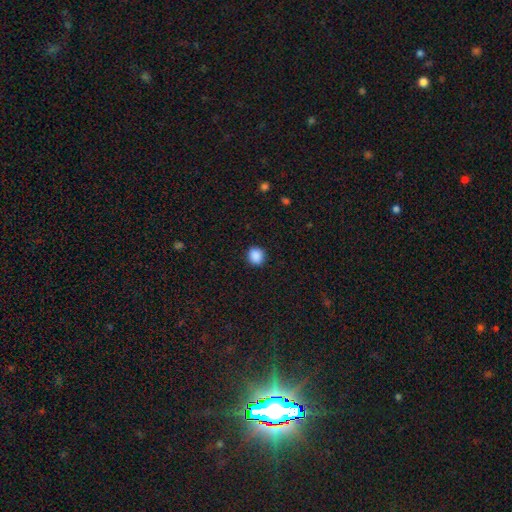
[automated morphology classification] smooth-or-featured: smooth: 89% | star or artifact: 9% | featured or disk: 2%
  how-rounded: round: 82% | in between: 17% | cigar-shaped: 1%
  merging: none: 91% | minor disturbance: 6% | major disturbance: 2% | merger: 1%